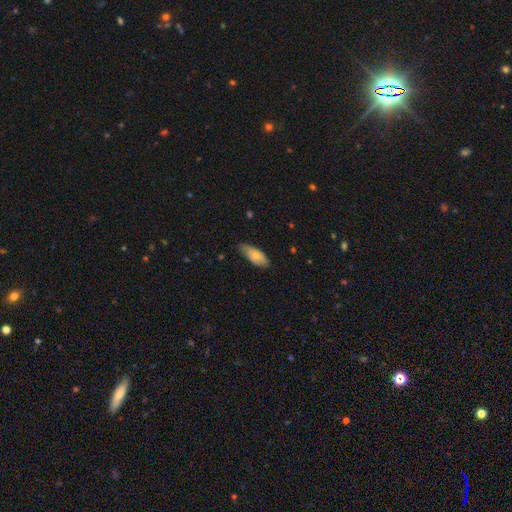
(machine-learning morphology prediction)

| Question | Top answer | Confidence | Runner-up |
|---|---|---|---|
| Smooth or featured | smooth | 70% | featured or disk (24%) |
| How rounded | in between | 82% | cigar-shaped (16%) |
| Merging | none | 64% | minor disturbance (31%) |